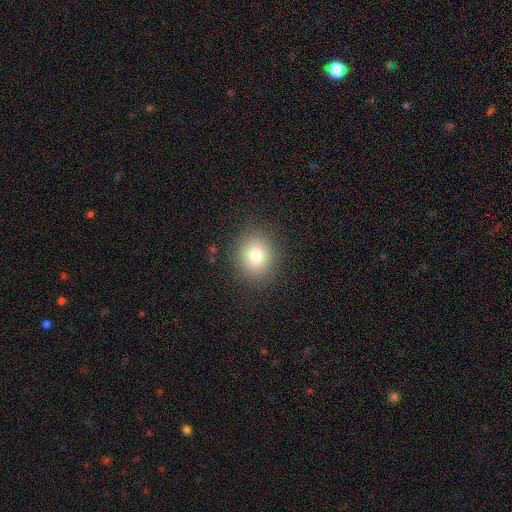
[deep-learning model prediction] A smooth galaxy with no disk features (79%) that is round (70%).

Vote fractions:
- Smooth or featured? smooth: 79% / star or artifact: 12% / featured or disk: 9%
- How rounded? round: 70% / in between: 29% / cigar-shaped: 1%
- Merging? none: 89% / minor disturbance: 8% / major disturbance: 3% / merger: 1%